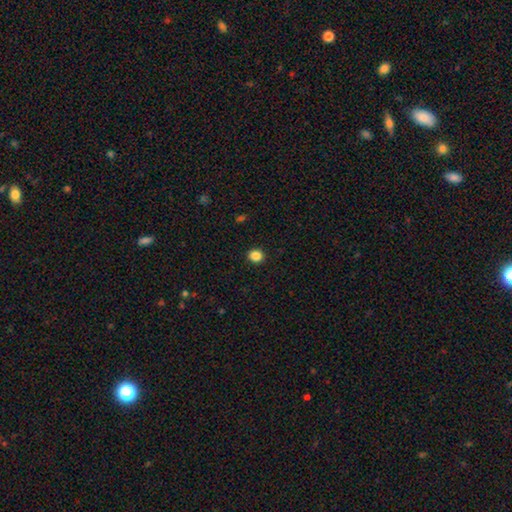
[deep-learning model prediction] The model was most divided on "how rounded": round: 81%, in between: 19%, cigar-shaped: 1%. More confident: merging — none (92%); smooth or featured — smooth (86%).